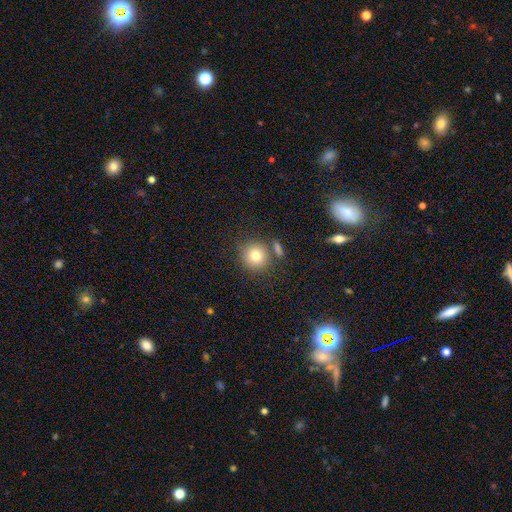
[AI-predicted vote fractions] A smooth galaxy with no disk features (80%) that is round (91%). Merging: none (75%).